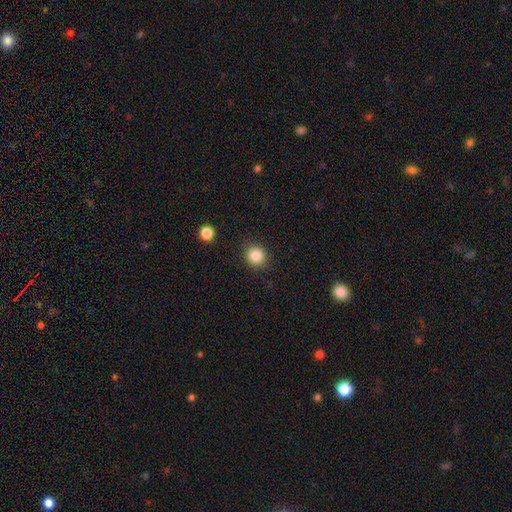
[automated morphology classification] Smooth or featured? Predicted: smooth (p=0.85). How rounded? Predicted: round (p=0.83). Merging? Predicted: none (p=0.86).